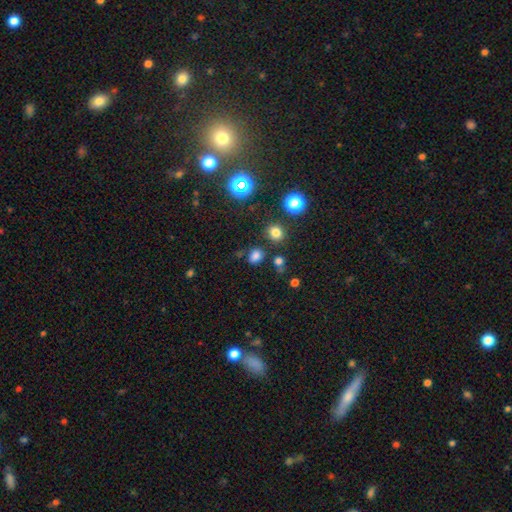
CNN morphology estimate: Smooth or featured: smooth — 75% (star or artifact — 19%)
How rounded: round — 52% (in between — 47%)
Merging: none — 76% (minor disturbance — 12%)